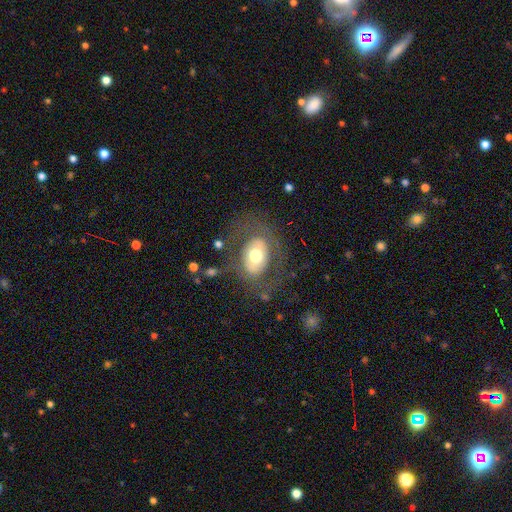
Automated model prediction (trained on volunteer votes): Morphology: type=smooth (50%); roundness=in between (75%); merging=none (68%).